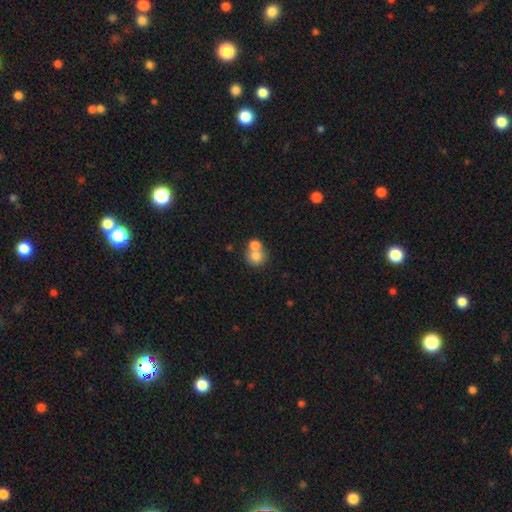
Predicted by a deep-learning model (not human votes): This appears to be a smooth galaxy with no disk features (76%) that is round (83%). Merging: merger (52%).